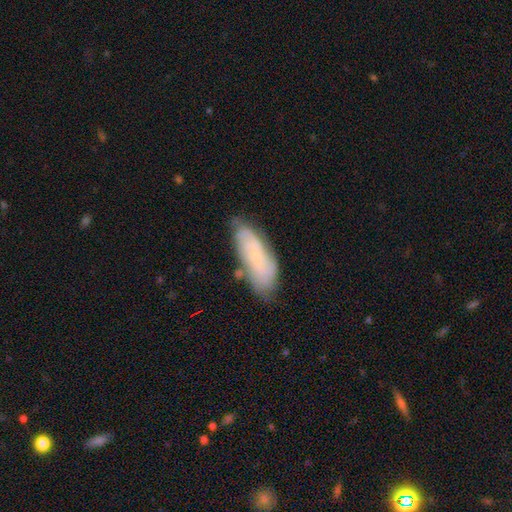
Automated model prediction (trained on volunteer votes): Smooth or featured: featured or disk — 52% (smooth — 40%)
Edge-on disk: no — 85% (yes — 15%)
Merging: none — 70% (minor disturbance — 22%)